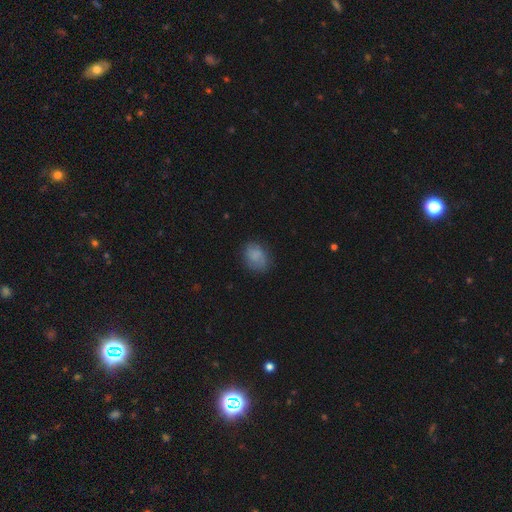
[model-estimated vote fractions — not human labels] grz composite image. It shows a smooth galaxy with no disk features (73%) that is in between round and cigar-shaped (66%). Merging: none (67%).